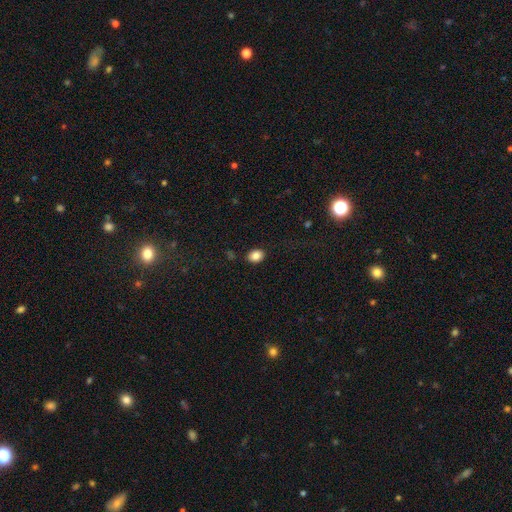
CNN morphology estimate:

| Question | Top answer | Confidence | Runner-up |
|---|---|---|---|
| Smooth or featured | smooth | 85% | star or artifact (9%) |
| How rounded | in between | 61% | round (38%) |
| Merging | none | 88% | minor disturbance (8%) |